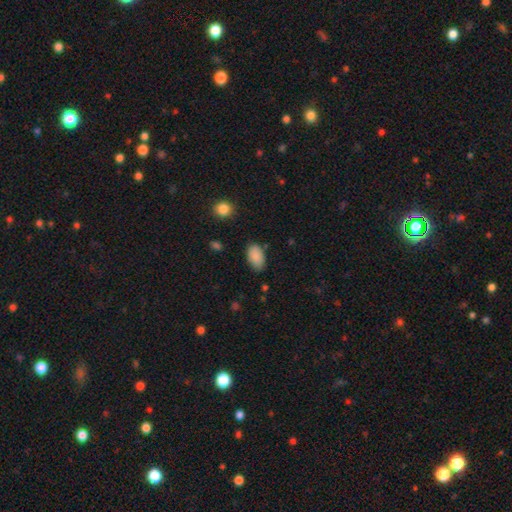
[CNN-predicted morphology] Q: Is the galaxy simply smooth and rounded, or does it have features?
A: smooth — 89%.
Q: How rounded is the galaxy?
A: in between — 93%.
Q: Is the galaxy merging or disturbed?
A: none — 79%.